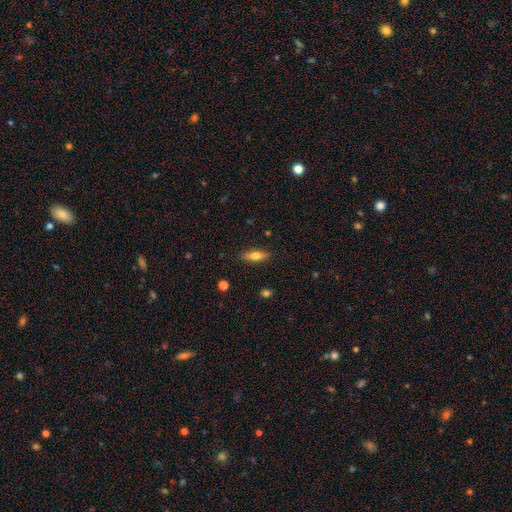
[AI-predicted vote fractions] smooth_or_featured: smooth (p=0.60) [alt: featured or disk p=0.33]
how_rounded: cigar-shaped (p=0.49) [alt: in between p=0.48]
merging: none (p=0.88) [alt: minor disturbance p=0.09]